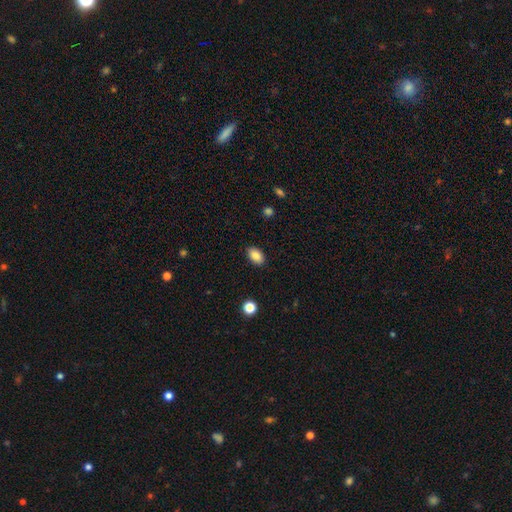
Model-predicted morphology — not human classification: Smooth or featured?
  - smooth: 87% *
  - star or artifact: 8%
  - featured or disk: 5%
How rounded?
  - in between: 90% *
  - round: 9%
  - cigar-shaped: 1%
Merging?
  - none: 88% *
  - minor disturbance: 8%
  - major disturbance: 2%
  - merger: 1%